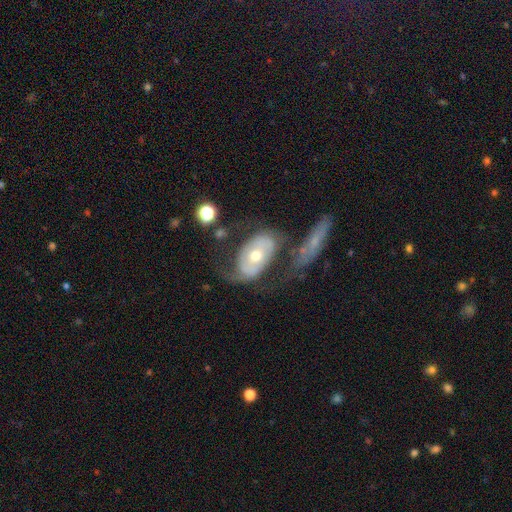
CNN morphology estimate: Overall: featured or disk (61%; smooth 33%). Edge-on disk: no (91%). Bar: no (71%). Spiral arms: yes (54%; no 46%). Bulge size: moderate (60%; small 34%). Merging: none (43%; major disturbance 24%).